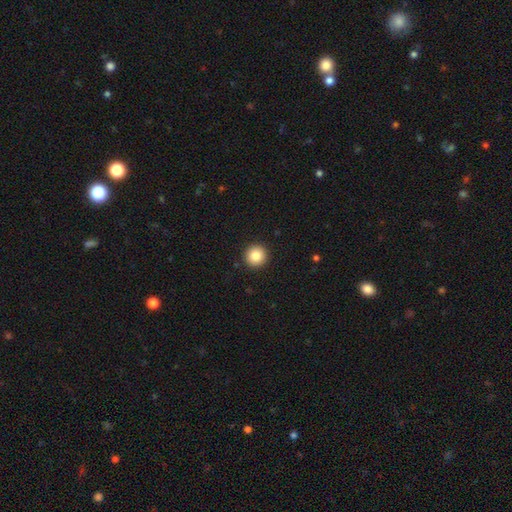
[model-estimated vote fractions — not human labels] Smooth or featured?
  - smooth: 85% *
  - star or artifact: 9%
  - featured or disk: 6%
How rounded?
  - round: 95% *
  - in between: 4%
  - cigar-shaped: 1%
Merging?
  - none: 93% *
  - minor disturbance: 5%
  - major disturbance: 2%
  - merger: 1%